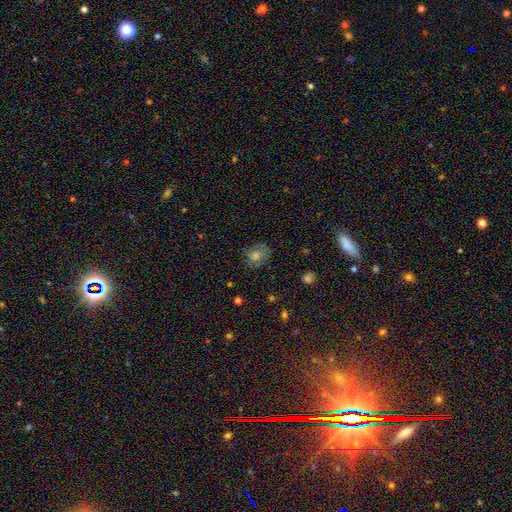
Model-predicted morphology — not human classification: A smooth galaxy with no disk features (47%). Merging: none (73%).